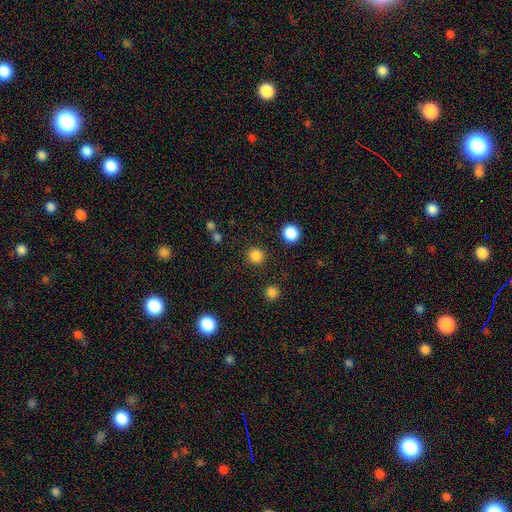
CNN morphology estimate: smooth_or_featured: smooth (p=0.83) [alt: star or artifact p=0.13]
how_rounded: round (p=0.92) [alt: in between p=0.07]
merging: none (p=0.89) [alt: minor disturbance p=0.06]